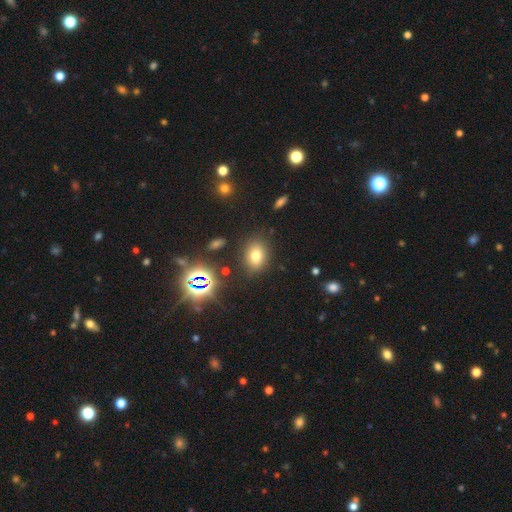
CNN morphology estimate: type=smooth (69%); roundness=in between (66%); merging=none (83%).